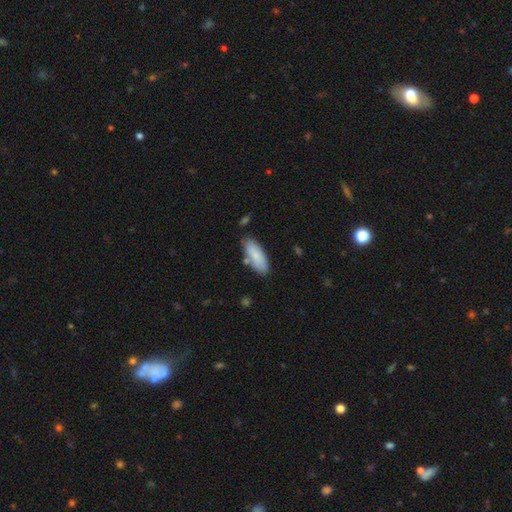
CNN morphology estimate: This appears to be a smooth galaxy with no disk features (84%) that is in between round and cigar-shaped (70%). Merging: none (75%).